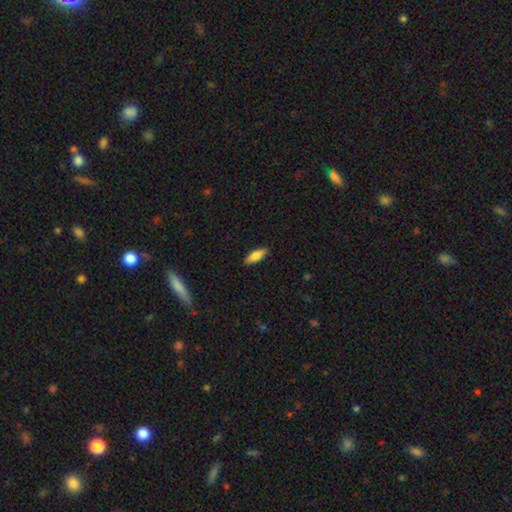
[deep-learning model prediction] Smooth or featured: smooth — 74% (featured or disk — 20%)
How rounded: in between — 49% (tied with cigar-shaped — 49%)
Merging: none — 89% (minor disturbance — 9%)